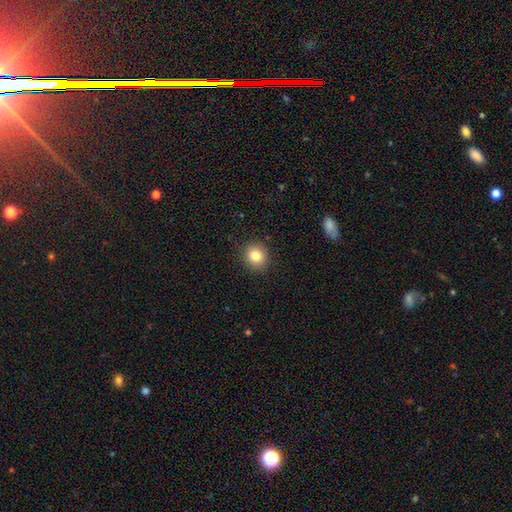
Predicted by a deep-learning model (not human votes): smooth-or-featured: smooth: 83% | star or artifact: 10% | featured or disk: 7%
  how-rounded: round: 85% | in between: 14% | cigar-shaped: 1%
  merging: none: 89% | minor disturbance: 7% | major disturbance: 2% | merger: 1%